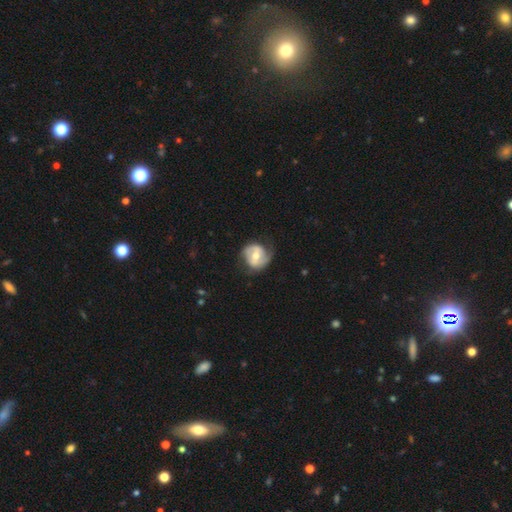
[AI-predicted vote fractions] A featured or disk galaxy (70%) with a weak bar (45%), 2 (81%) medium (43%) spiral arms (85%) and a moderate central bulge (68%).

Vote fractions:
- Smooth or featured? featured or disk: 70% / smooth: 25% / star or artifact: 5%
- Edge-on disk? no: 97% / yes: 3%
- Bar? weak: 45% / no: 30% / strong: 25%
- Spiral arms? yes: 85% / no: 15%
- Spiral winding? medium: 43% / tight: 33% / loose: 24%
- Spiral arm count? 2: 81% / can't tell: 9% / 1: 6% / 3: 2% / 4: 1% / more than 4: 1%
- Bulge size? moderate: 68% / small: 25% / large: 5% / none: 1% / dominant: 1%
- Merging? none: 68% / minor disturbance: 21% / major disturbance: 10% / merger: 1%